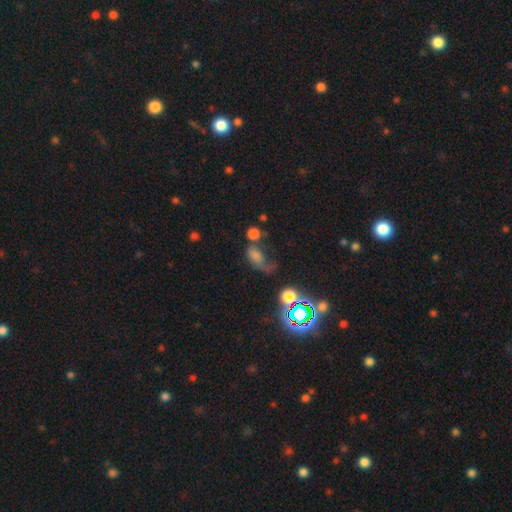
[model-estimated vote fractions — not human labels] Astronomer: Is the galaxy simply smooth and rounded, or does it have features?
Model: smooth — 46% (runner-up: star or artifact, 29%).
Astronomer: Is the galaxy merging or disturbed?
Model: major disturbance — 38% (runner-up: none, 27%).